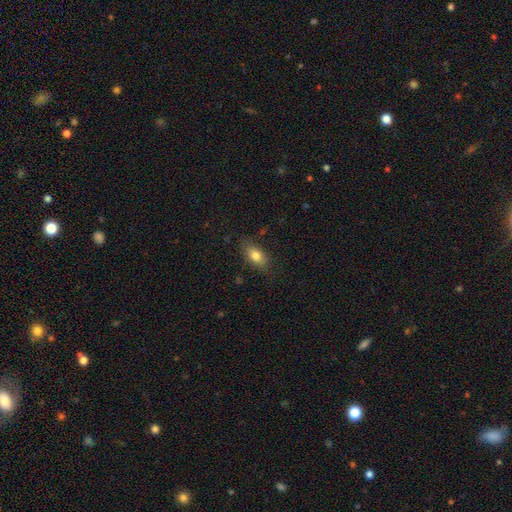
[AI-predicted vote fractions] A smooth galaxy with no disk features (79%) that is in between round and cigar-shaped (87%).

Vote fractions:
- Smooth or featured? smooth: 79% / featured or disk: 13% / star or artifact: 8%
- How rounded? in between: 87% / cigar-shaped: 7% / round: 6%
- Merging? none: 80% / minor disturbance: 15% / major disturbance: 4% / merger: 1%